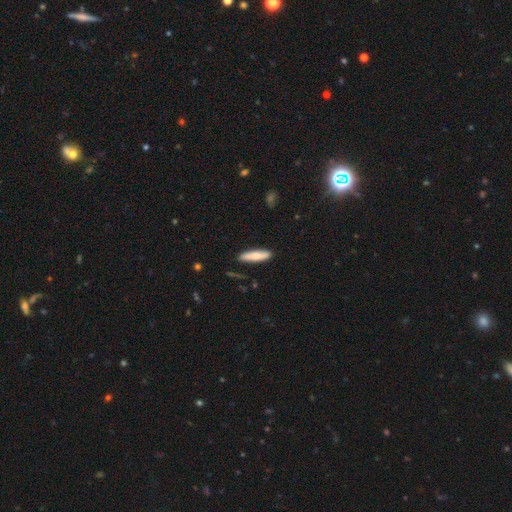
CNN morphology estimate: Smooth or featured: smooth — 76% (featured or disk — 19%)
How rounded: cigar-shaped — 75% (in between — 24%)
Merging: none — 86% (minor disturbance — 10%)